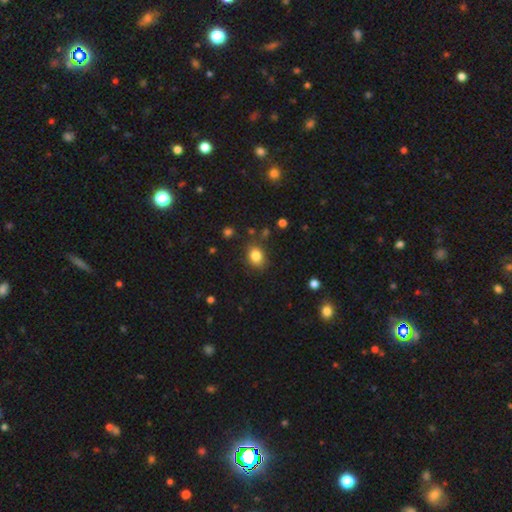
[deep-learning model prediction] A smooth galaxy with no disk features (83%) that is in between round and cigar-shaped (58%).

Vote fractions:
- Smooth or featured? smooth: 83% / star or artifact: 10% / featured or disk: 6%
- How rounded? in between: 58% / round: 41% / cigar-shaped: 1%
- Merging? none: 79% / minor disturbance: 14% / major disturbance: 4% / merger: 3%